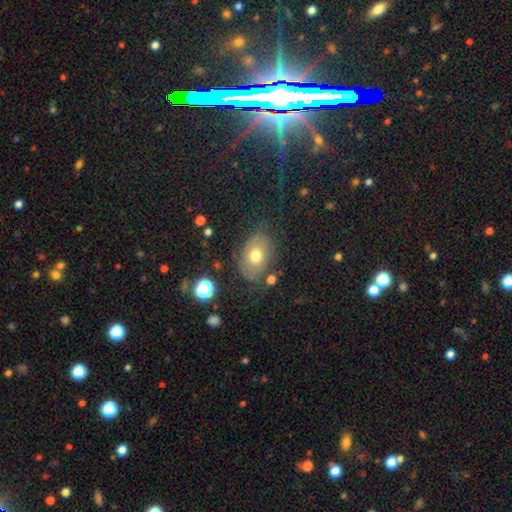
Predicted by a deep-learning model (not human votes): Smooth or featured? Predicted: smooth (p=0.59). How rounded? Predicted: in between (p=0.78). Merging? Predicted: none (p=0.68).